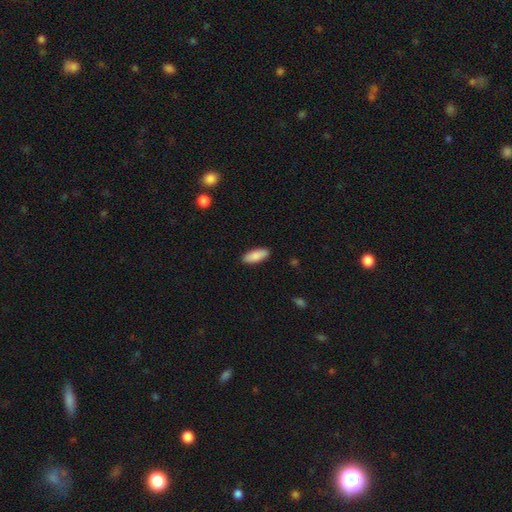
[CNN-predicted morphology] Smooth or featured? Predicted: smooth (p=0.87). How rounded? Predicted: in between (p=0.77). Merging? Predicted: none (p=0.90).